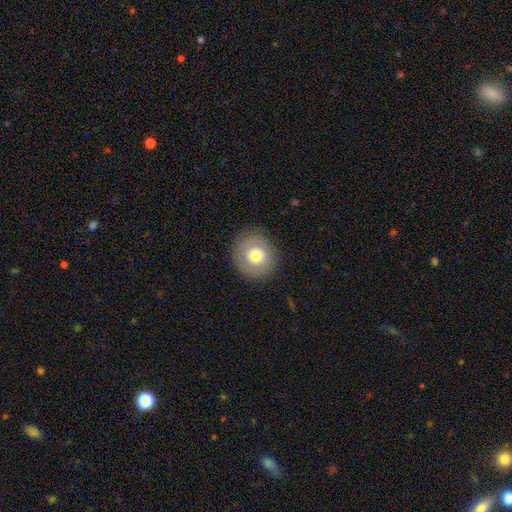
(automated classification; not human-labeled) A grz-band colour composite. It shows a smooth galaxy with no disk features (72%) that is round (87%). Merging: none (87%).